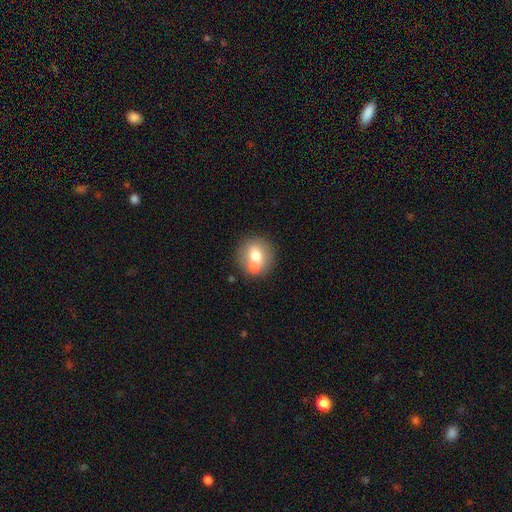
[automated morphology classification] Smooth or featured?
  - smooth: 69% *
  - featured or disk: 22%
  - star or artifact: 10%
How rounded?
  - round: 85% *
  - in between: 14%
  - cigar-shaped: 1%
Merging?
  - none: 63% *
  - merger: 25%
  - minor disturbance: 10%
  - major disturbance: 3%